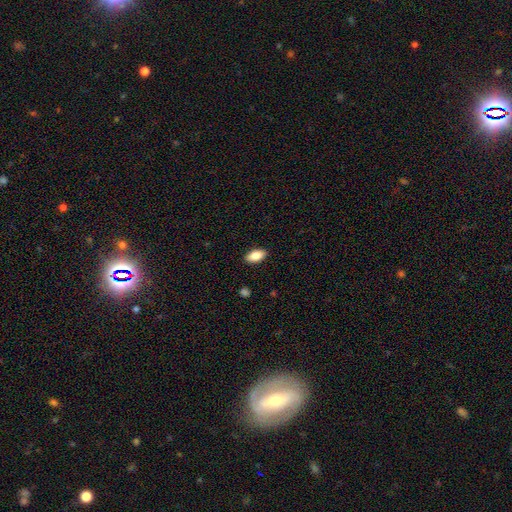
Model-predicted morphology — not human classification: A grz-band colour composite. It shows a smooth galaxy with no disk features (84%) that is in between round and cigar-shaped (90%). Merging: none (89%).